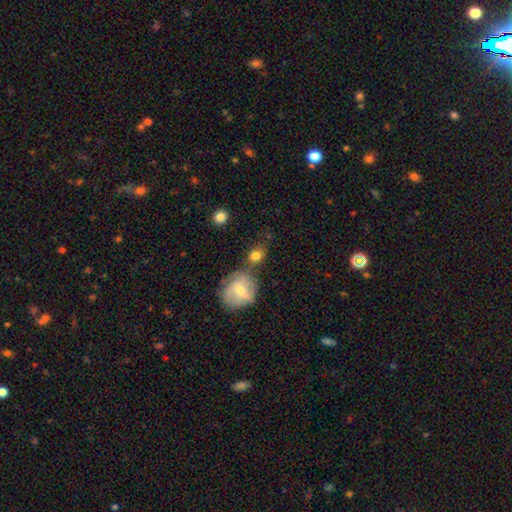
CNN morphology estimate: This appears to be a smooth galaxy with no disk features (80%) that is round (54%). Merging: none (58%).